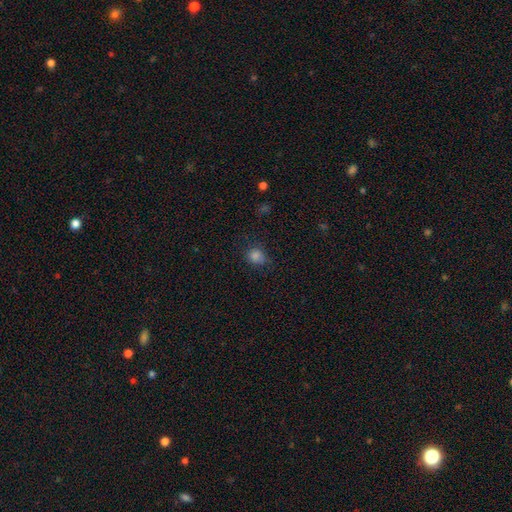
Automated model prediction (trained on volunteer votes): Smooth or featured? smooth (80%)
How rounded? round (72%)
Merging? none (73%)